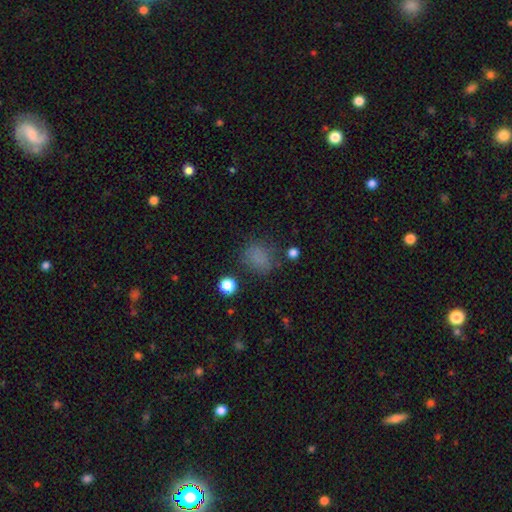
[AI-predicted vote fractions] This appears to be a smooth galaxy with no disk features (75%) that is round (57%). Merging: none (72%).